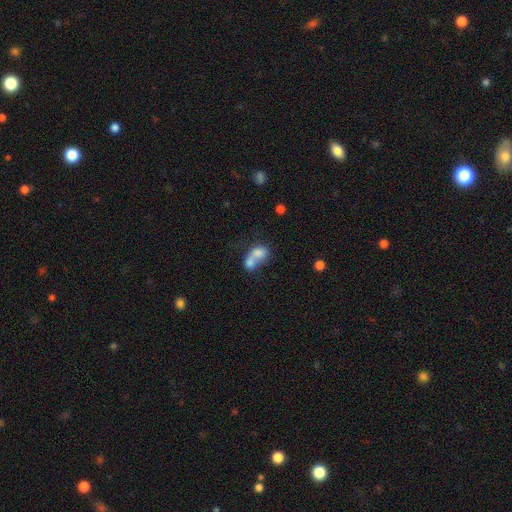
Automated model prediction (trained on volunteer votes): A smooth galaxy with no disk features (73%) that is in between round and cigar-shaped (65%).

Vote fractions:
- Smooth or featured? smooth: 73% / featured or disk: 18% / star or artifact: 9%
- How rounded? in between: 65% / round: 32% / cigar-shaped: 2%
- Merging? merger: 75% / none: 14% / minor disturbance: 6% / major disturbance: 5%